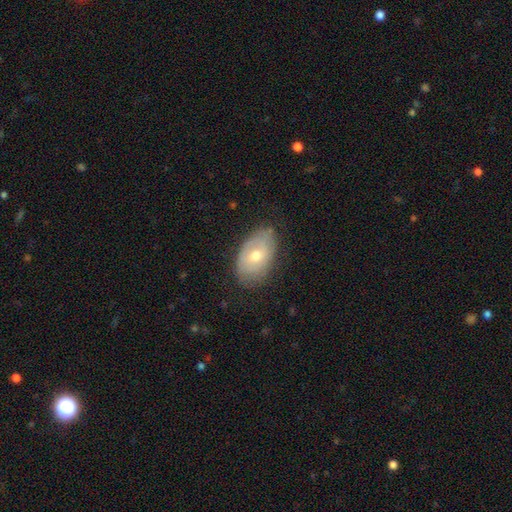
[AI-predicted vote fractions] The model was most divided on "smooth or featured": smooth: 49%, featured or disk: 44%, star or artifact: 7%. More confident: merging — none (74%).